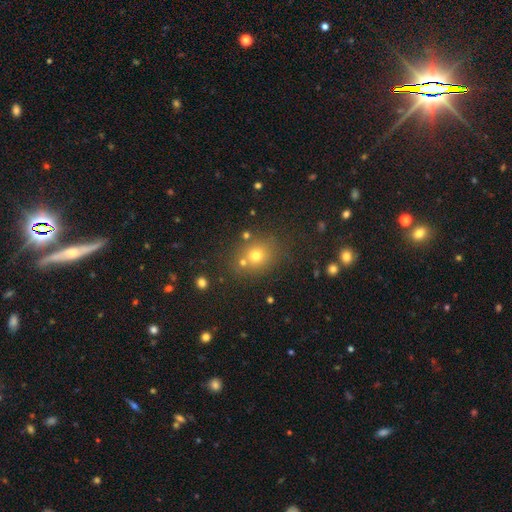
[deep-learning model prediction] smooth_or_featured: smooth (p=0.69) [alt: star or artifact p=0.20]
how_rounded: round (p=0.74) [alt: in between p=0.25]
merging: none (p=0.73) [alt: merger p=0.13]